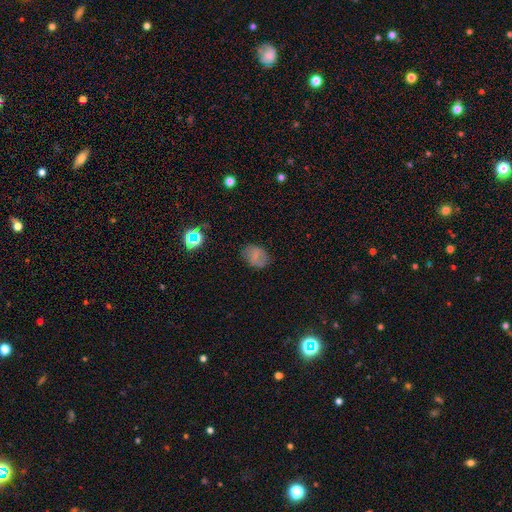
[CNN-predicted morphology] smooth-or-featured: smooth: 65% | featured or disk: 21% | star or artifact: 15%
  how-rounded: in between: 64% | round: 35% | cigar-shaped: 1%
  merging: none: 78% | minor disturbance: 15% | major disturbance: 5% | merger: 2%